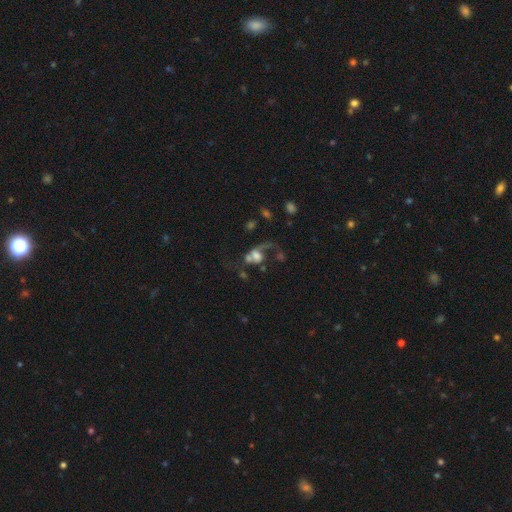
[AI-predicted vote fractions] Smooth or featured? Predicted: featured or disk (p=0.49). Merging? Predicted: major disturbance (p=0.37).